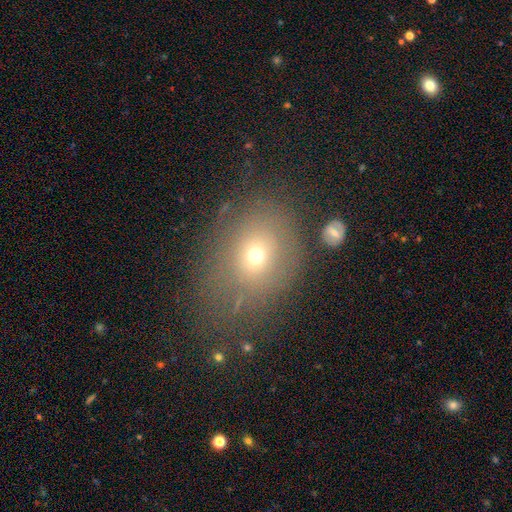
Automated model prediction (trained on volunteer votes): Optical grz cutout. It shows a smooth galaxy with no disk features (64%) that is round (51%). Merging: none (67%).